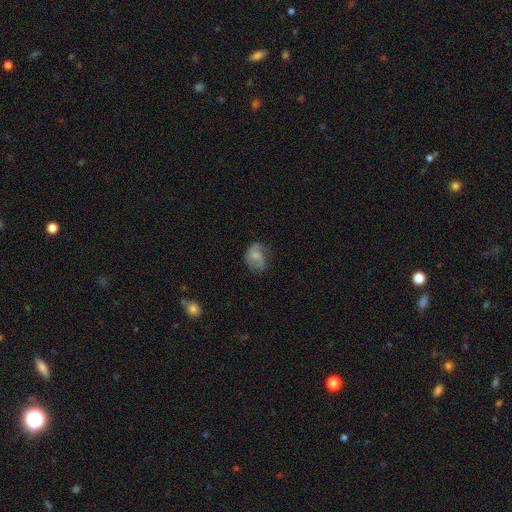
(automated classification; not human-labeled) This is possibly a featured or disk galaxy (47%). Merging: possibly none (57%).